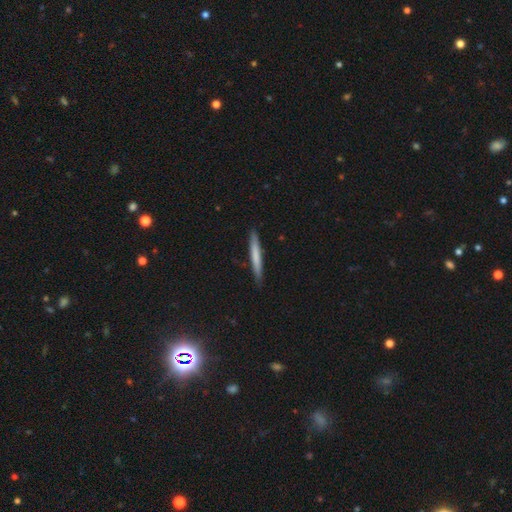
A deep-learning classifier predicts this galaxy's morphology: smooth_or_featured: smooth (p=0.68) [alt: featured or disk p=0.27]
how_rounded: cigar-shaped (p=0.96) [alt: in between p=0.02]
merging: none (p=0.89) [alt: minor disturbance p=0.09]